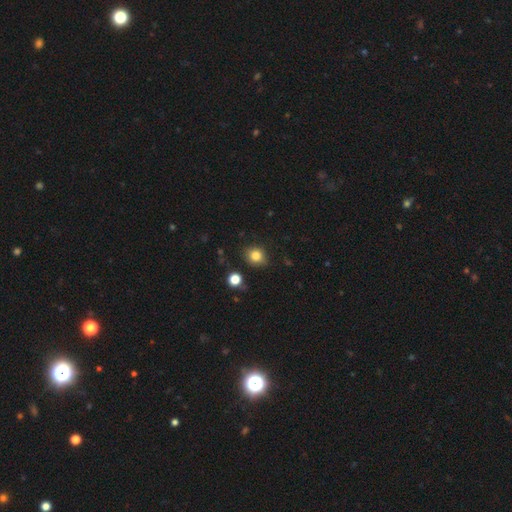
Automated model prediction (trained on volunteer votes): smooth 83%, star or artifact 11%, featured or disk 6%. Down the decision tree: how rounded — round (72%); merging — none (82%).